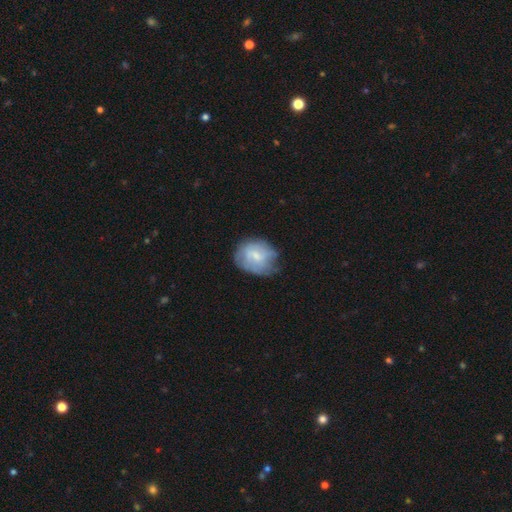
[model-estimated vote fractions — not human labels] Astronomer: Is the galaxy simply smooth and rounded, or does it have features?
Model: smooth — 49% (runner-up: featured or disk, 44%).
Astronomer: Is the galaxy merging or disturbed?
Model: none — 58%.